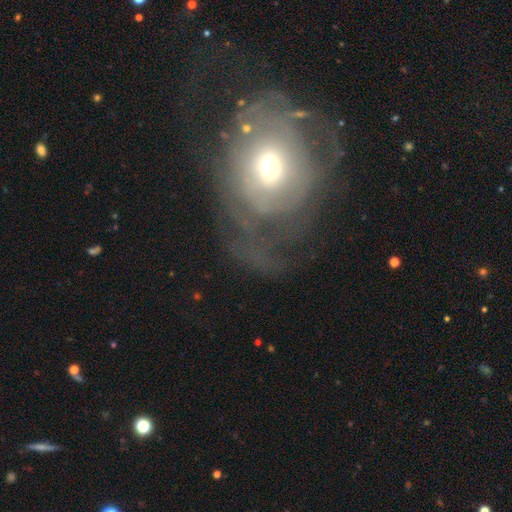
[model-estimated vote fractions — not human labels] Smooth or featured? featured or disk (58%)
Edge-on disk? no (95%)
Bar? no (77%)
Spiral arms? yes (52%)
Bulge size? moderate (55%)
Merging? none (45%)